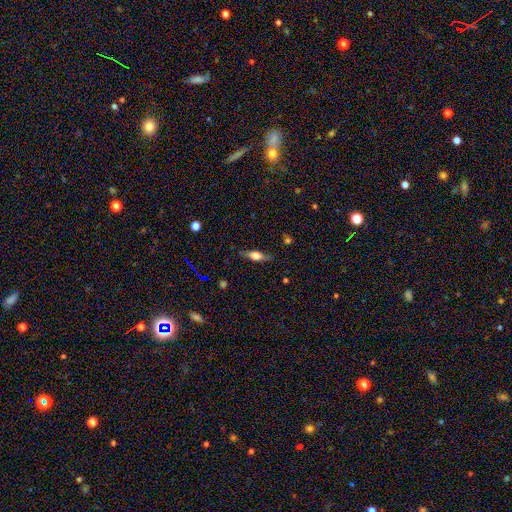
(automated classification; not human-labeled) The model was most divided on "how rounded": in between: 57%, cigar-shaped: 39%, round: 4%. More confident: merging — none (78%); smooth or featured — smooth (55%).